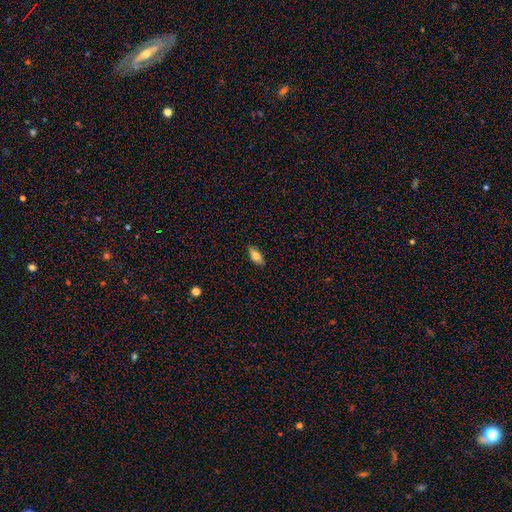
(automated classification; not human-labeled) Smooth or featured?
  - smooth: 78% *
  - featured or disk: 15%
  - star or artifact: 7%
How rounded?
  - in between: 87% *
  - cigar-shaped: 10%
  - round: 3%
Merging?
  - none: 86% *
  - minor disturbance: 11%
  - major disturbance: 2%
  - merger: 1%